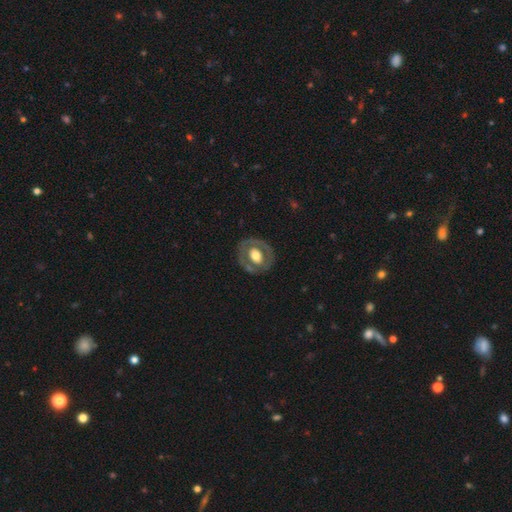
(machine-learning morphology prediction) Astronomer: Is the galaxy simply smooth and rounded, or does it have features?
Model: featured or disk — 54% (runner-up: smooth, 40%).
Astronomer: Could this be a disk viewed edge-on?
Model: no — 94%.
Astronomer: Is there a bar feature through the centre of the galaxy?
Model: no — 74%.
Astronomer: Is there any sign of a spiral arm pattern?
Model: no — 86%.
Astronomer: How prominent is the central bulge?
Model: moderate — 47% (runner-up: large, 44%).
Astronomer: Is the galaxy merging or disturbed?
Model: none — 78%.